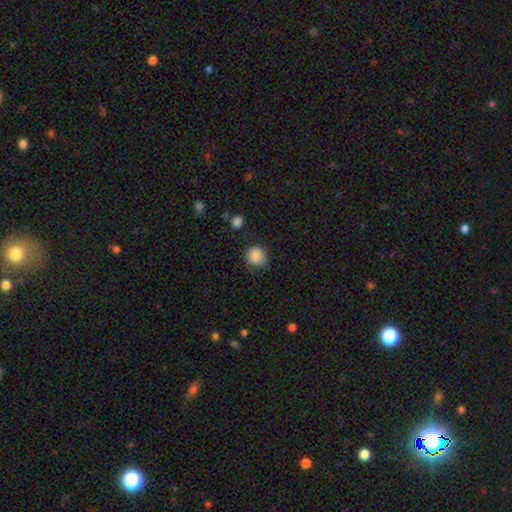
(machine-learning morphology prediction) A smooth galaxy with no disk features (86%) that is round (89%). Merging: none (77%).